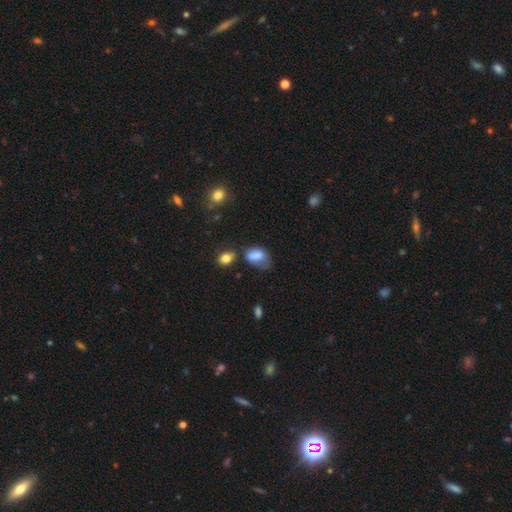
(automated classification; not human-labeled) Morphology: type=smooth (76%); roundness=in between (86%); merging=minor disturbance (35%).